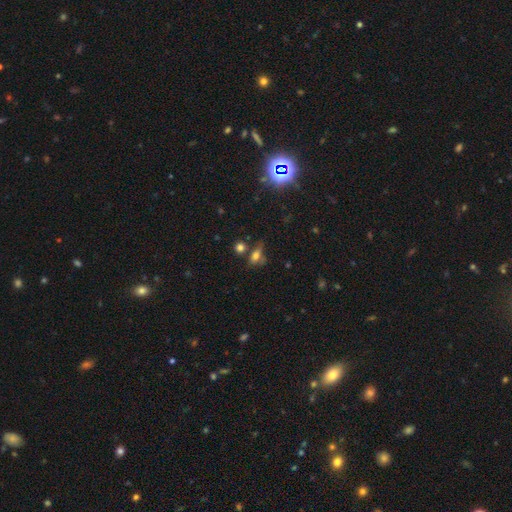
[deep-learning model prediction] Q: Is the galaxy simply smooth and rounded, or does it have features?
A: smooth — 61%.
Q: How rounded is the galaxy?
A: in between — 65%.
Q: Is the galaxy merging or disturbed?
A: none — 47%.